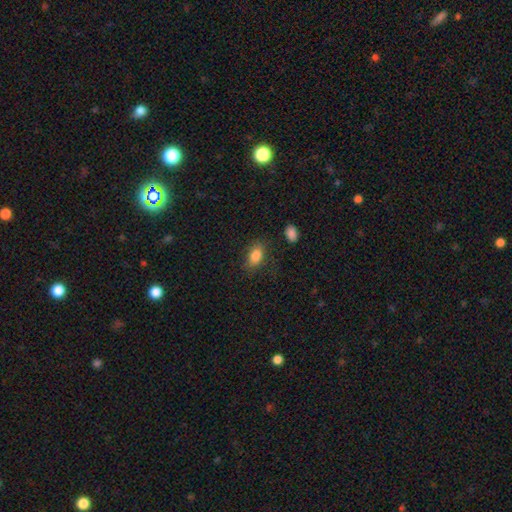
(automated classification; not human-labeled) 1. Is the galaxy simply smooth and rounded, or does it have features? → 84% smooth, 9% star or artifact, 7% featured or disk.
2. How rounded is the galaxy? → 85% in between, 13% round, 2% cigar-shaped.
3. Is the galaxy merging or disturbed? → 78% none, 15% minor disturbance, 5% major disturbance, 2% merger.